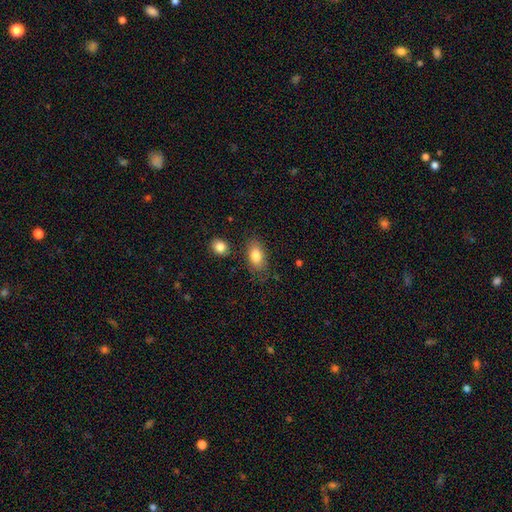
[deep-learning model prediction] A smooth galaxy with no disk features (81%) that is in between round and cigar-shaped (90%).

Vote fractions:
- Smooth or featured? smooth: 81% / featured or disk: 11% / star or artifact: 7%
- How rounded? in between: 90% / round: 7% / cigar-shaped: 3%
- Merging? none: 77% / minor disturbance: 15% / major disturbance: 4% / merger: 4%